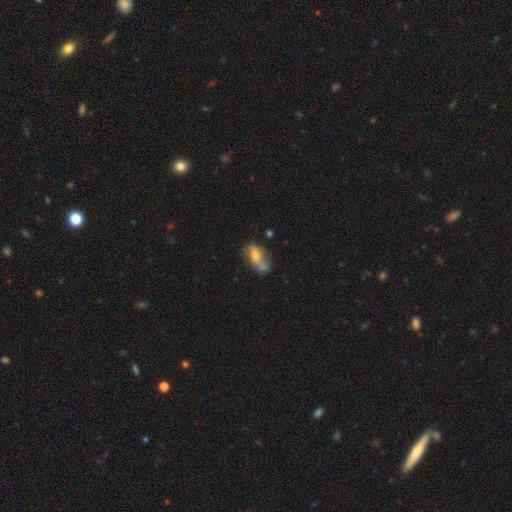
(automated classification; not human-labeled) This is possibly a featured or disk galaxy (50%). It is clearly not viewed edge-on (91%). Merging: marginally none (40%).